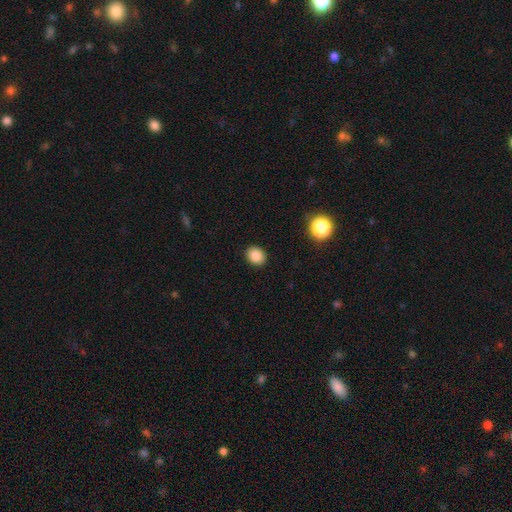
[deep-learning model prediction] The model was most divided on "how rounded": round: 54%, in between: 45%, cigar-shaped: 1%. More confident: merging — none (90%); smooth or featured — smooth (85%).